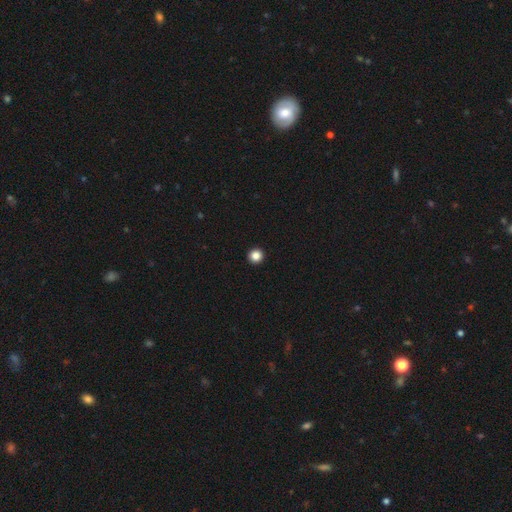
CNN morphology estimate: Smooth or featured?
  - smooth: 85% *
  - star or artifact: 11%
  - featured or disk: 3%
How rounded?
  - round: 96% *
  - in between: 3%
  - cigar-shaped: 1%
Merging?
  - none: 95% *
  - minor disturbance: 3%
  - major disturbance: 1%
  - merger: 1%